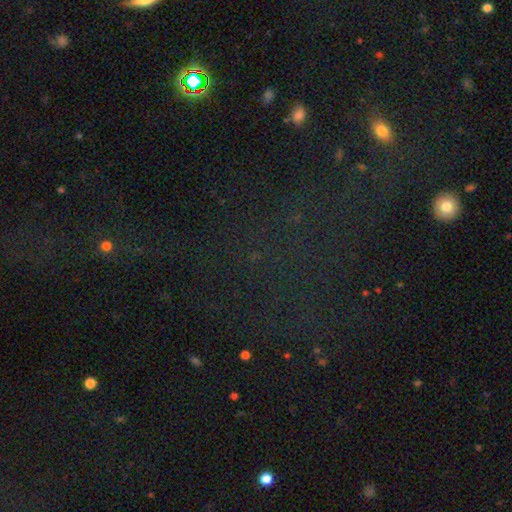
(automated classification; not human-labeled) A star or artifact, not a galaxy (69%).